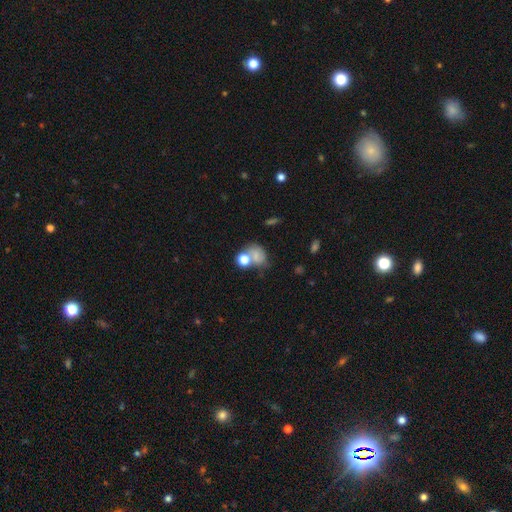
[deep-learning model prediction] Smooth or featured: smooth — 66% (featured or disk — 19%)
How rounded: round — 54% (in between — 45%)
Merging: merger — 35% (none — 34%)